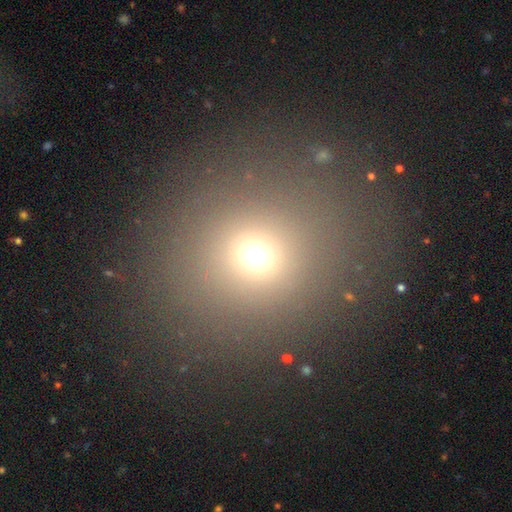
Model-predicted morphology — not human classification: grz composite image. It shows a smooth galaxy with no disk features (67%) that is round (84%). Merging: none (85%).